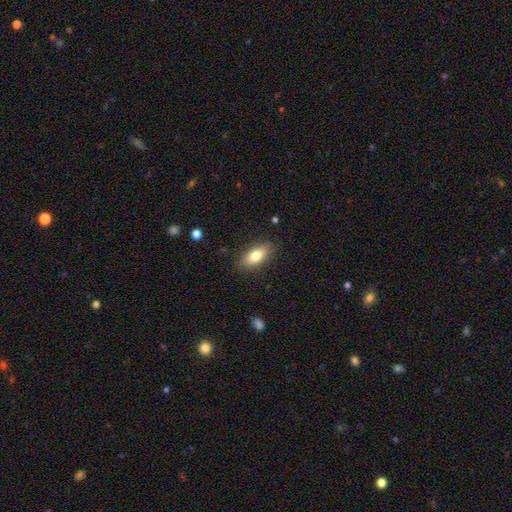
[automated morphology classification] Smooth or featured?
  - smooth: 74% *
  - featured or disk: 19%
  - star or artifact: 7%
How rounded?
  - in between: 78% *
  - cigar-shaped: 18%
  - round: 4%
Merging?
  - none: 87% *
  - minor disturbance: 10%
  - major disturbance: 2%
  - merger: 1%